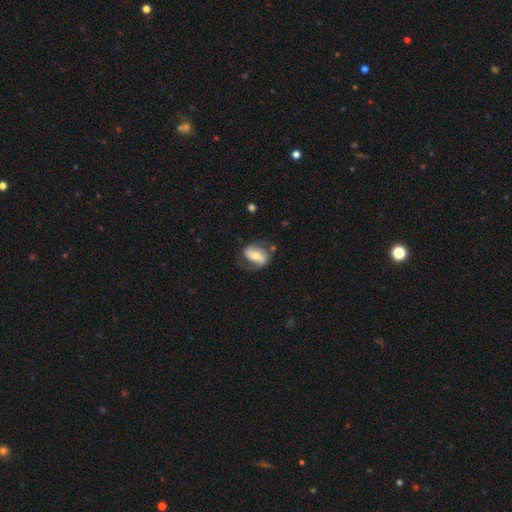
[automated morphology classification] Smooth or featured?
  - featured or disk: 58% *
  - smooth: 35%
  - star or artifact: 6%
Edge-on disk?
  - no: 94% *
  - yes: 6%
Bar?
  - strong: 40% *
  - no: 31%
  - weak: 29%
Spiral arms?
  - yes: 77% *
  - no: 23%
Bulge size?
  - moderate: 59% *
  - small: 30%
  - large: 8%
  - dominant: 2%
  - none: 2%
Merging?
  - none: 59% *
  - minor disturbance: 22%
  - major disturbance: 16%
  - merger: 3%